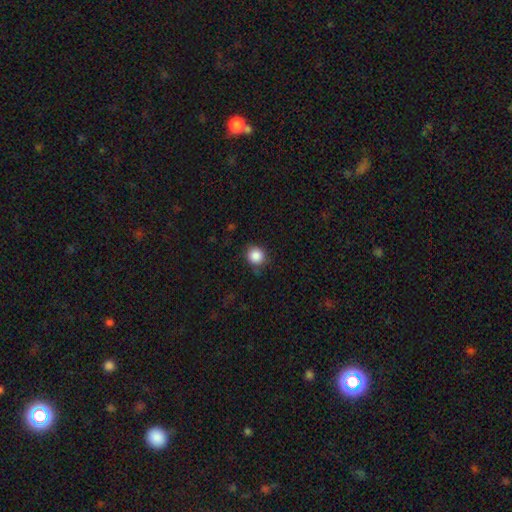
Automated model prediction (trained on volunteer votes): Smooth or featured?
  - smooth: 87% *
  - star or artifact: 9%
  - featured or disk: 4%
How rounded?
  - round: 87% *
  - in between: 13%
  - cigar-shaped: 1%
Merging?
  - none: 83% *
  - minor disturbance: 12%
  - major disturbance: 3%
  - merger: 2%